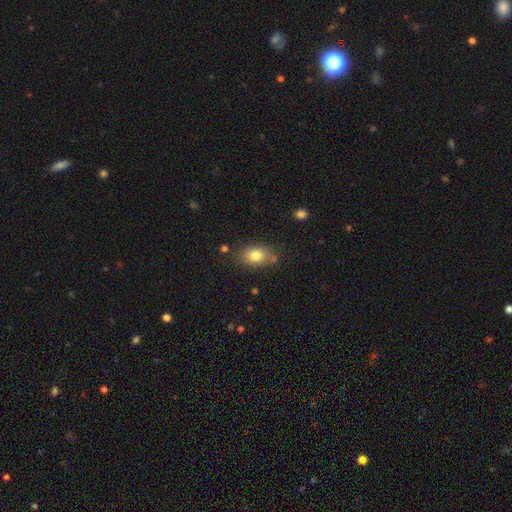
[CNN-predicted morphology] Smooth or featured? Predicted: smooth (p=0.80). How rounded? Predicted: in between (p=0.76). Merging? Predicted: none (p=0.75).